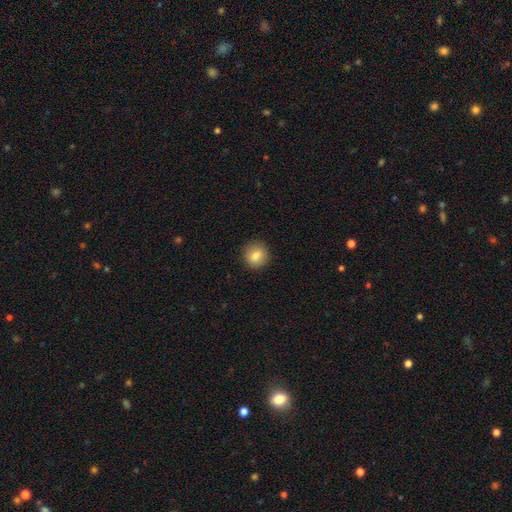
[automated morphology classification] smooth_or_featured: smooth (p=0.82) [alt: featured or disk p=0.10]
how_rounded: round (p=0.89) [alt: in between p=0.10]
merging: none (p=0.90) [alt: minor disturbance p=0.07]